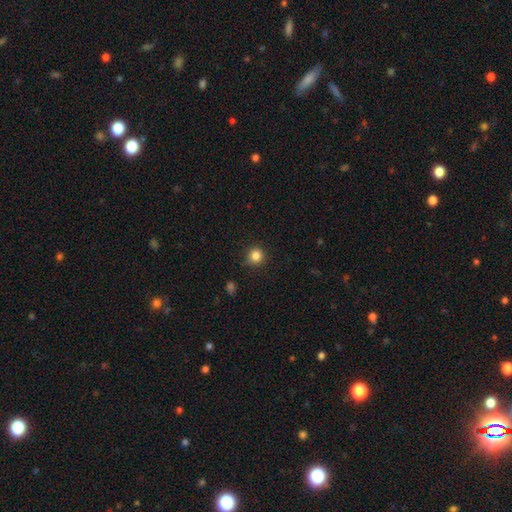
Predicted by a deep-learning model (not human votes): Smooth or featured? smooth (84%)
How rounded? round (93%)
Merging? none (84%)